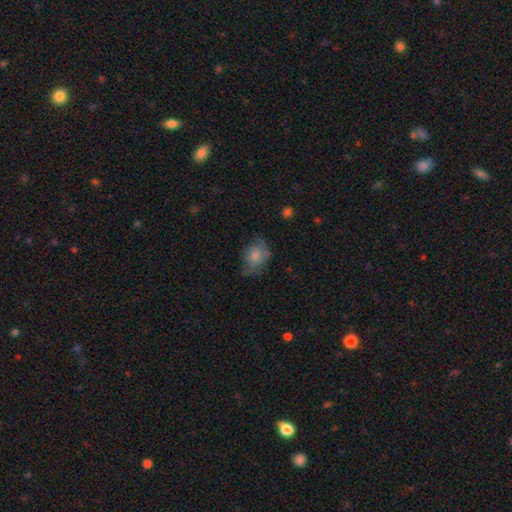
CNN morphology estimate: This is likely a smooth galaxy (74%). How rounded: likely in between (68%). Merging: possibly none (48%).